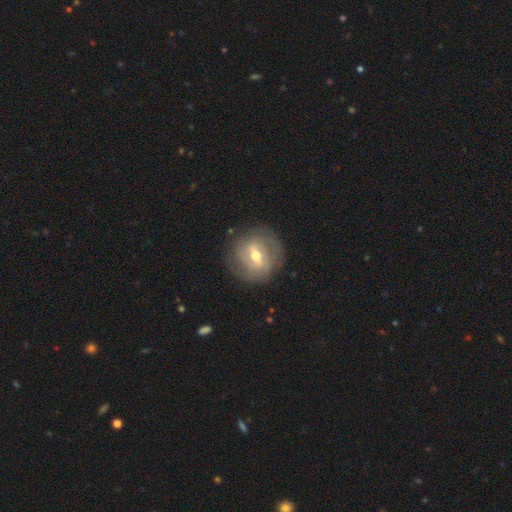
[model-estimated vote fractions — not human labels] smooth-or-featured: featured or disk: 72% | smooth: 22% | star or artifact: 6%
  disk-edge-on: no: 93% | yes: 7%
    bar: weak: 47% | strong: 39% | no: 14%
    has-spiral-arms: yes: 69% | no: 31%
    bulge-size: moderate: 69% | small: 25% | large: 5% | none: 1% | dominant: 1%
  merging: none: 81% | minor disturbance: 13% | major disturbance: 5% | merger: 1%